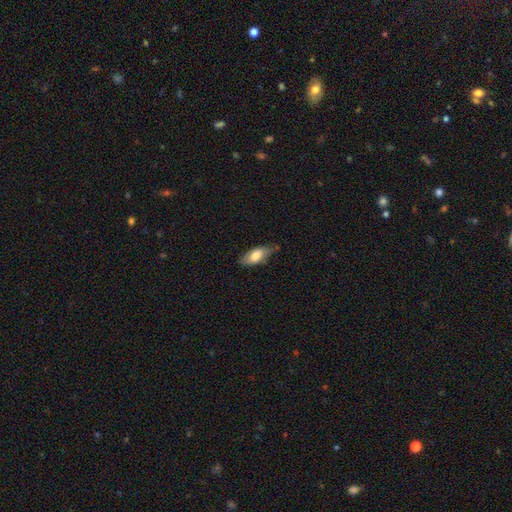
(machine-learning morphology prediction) smooth_or_featured: smooth (p=0.72) [alt: featured or disk p=0.22]
how_rounded: in between (p=0.83) [alt: cigar-shaped p=0.15]
merging: none (p=0.65) [alt: minor disturbance p=0.28]